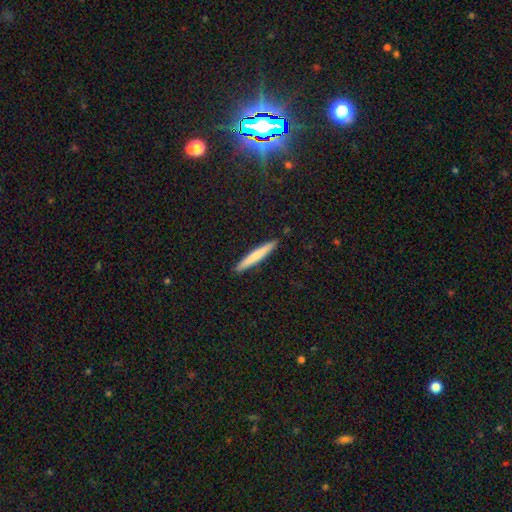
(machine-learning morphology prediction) Smooth or featured? smooth (69%)
How rounded? cigar-shaped (96%)
Merging? none (92%)